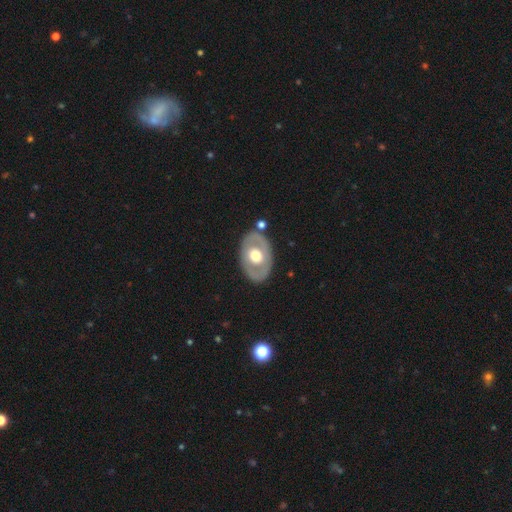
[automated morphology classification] smooth-or-featured: featured or disk: 55% | smooth: 40% | star or artifact: 5%
  disk-edge-on: no: 90% | yes: 10%
  merging: none: 80% | minor disturbance: 12% | merger: 5% | major disturbance: 4%